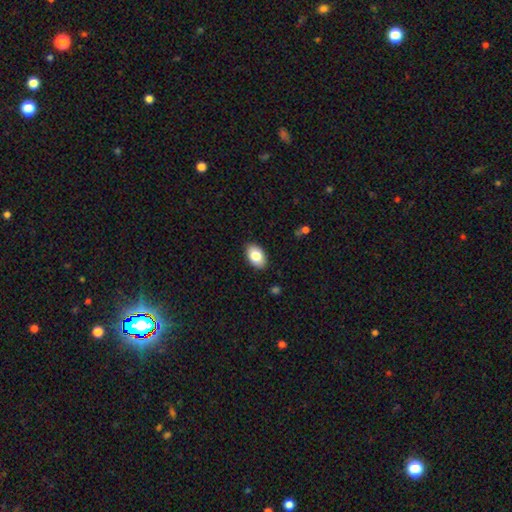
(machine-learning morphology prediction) Smooth or featured? smooth (83%)
How rounded? in between (92%)
Merging? none (88%)